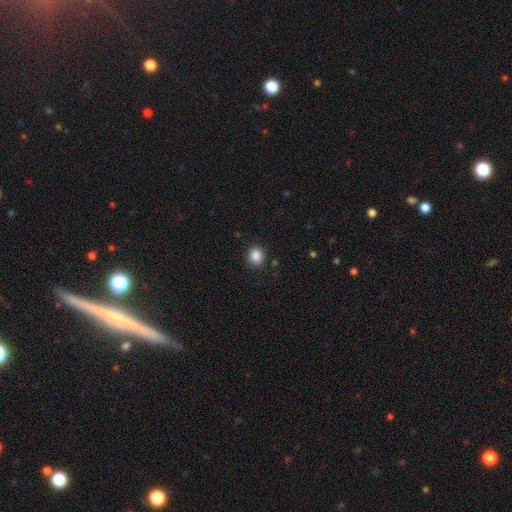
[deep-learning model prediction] Overall: smooth (87%). How rounded: round (79%). Merging: none (89%).